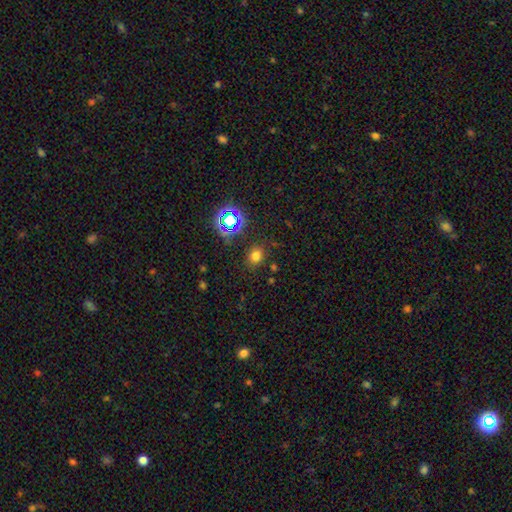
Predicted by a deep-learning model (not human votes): Smooth or featured? smooth (70%)
How rounded? round (60%)
Merging? none (83%)